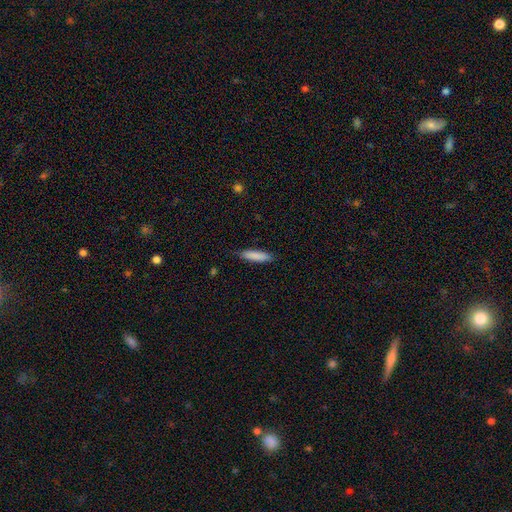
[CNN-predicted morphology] This appears to be a smooth galaxy with no disk features (86%) that is cigar-shaped (76%). Merging: none (86%).